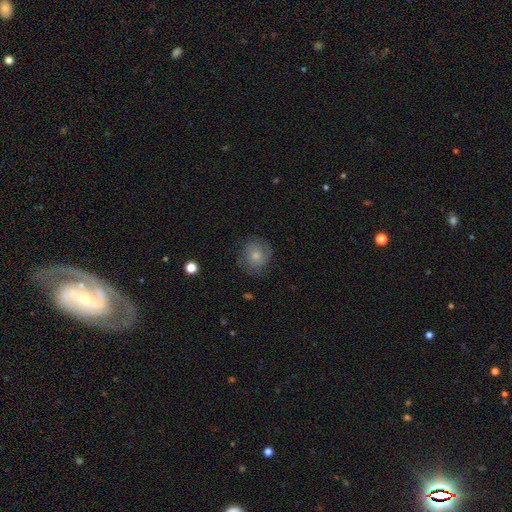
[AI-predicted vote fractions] Overall: smooth (49%; featured or disk 35%). Merging: none (82%).